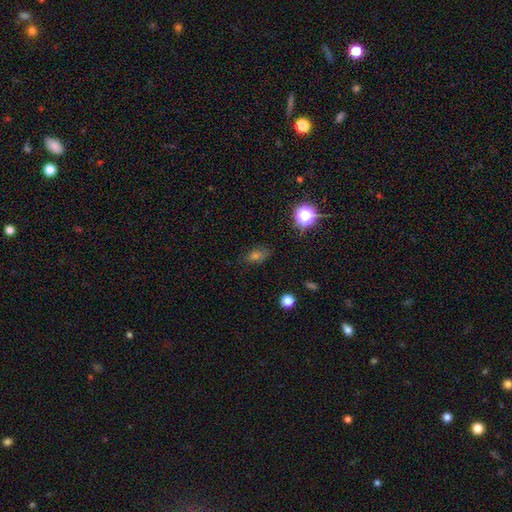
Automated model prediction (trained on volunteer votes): smooth_or_featured: smooth (p=0.59) [alt: star or artifact p=0.27]
how_rounded: in between (p=0.74) [alt: round p=0.21]
merging: none (p=0.76) [alt: minor disturbance p=0.17]